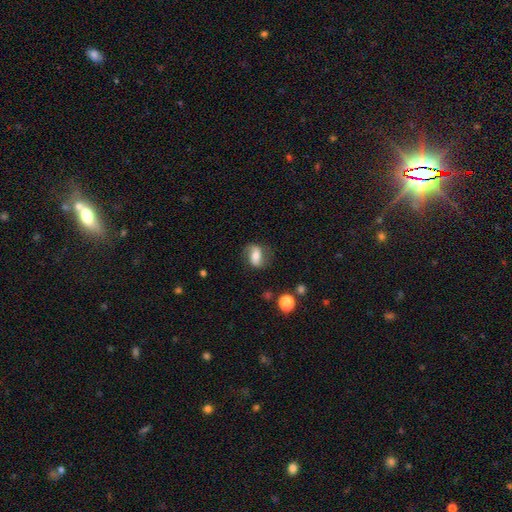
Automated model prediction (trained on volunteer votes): smooth-or-featured: smooth: 48% | featured or disk: 44% | star or artifact: 9%
  merging: none: 71% | minor disturbance: 19% | major disturbance: 9% | merger: 2%